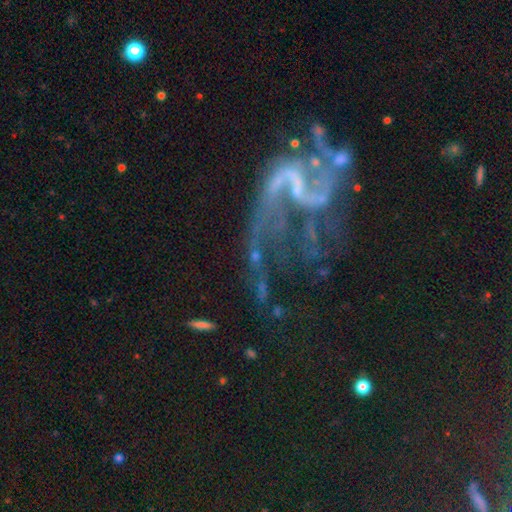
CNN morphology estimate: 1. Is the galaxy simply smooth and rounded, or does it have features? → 77% featured or disk, 16% star or artifact, 7% smooth.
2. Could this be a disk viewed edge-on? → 97% no, 3% yes.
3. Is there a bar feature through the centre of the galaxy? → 41% weak, 37% no, 22% strong.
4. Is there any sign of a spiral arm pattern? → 82% yes, 18% no.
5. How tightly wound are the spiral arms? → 77% loose, 17% medium, 6% tight.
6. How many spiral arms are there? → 69% 2, 13% 1, 9% can't tell, 4% 3, 3% 4, 3% more than 4.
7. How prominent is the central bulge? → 53% none, 35% small, 9% moderate, 2% large, 1% dominant.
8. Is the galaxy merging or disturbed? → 43% major disturbance, 31% none, 14% minor disturbance, 11% merger.